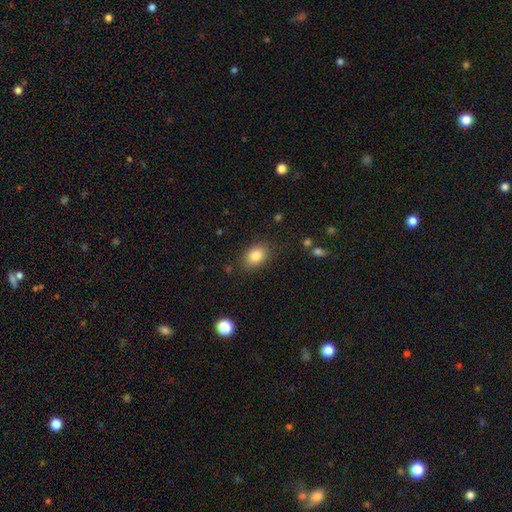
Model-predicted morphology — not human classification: Q: Smooth or featured?
A: smooth (84%); runner-up: star or artifact (9%)
Q: How rounded?
A: in between (74%); runner-up: round (25%)
Q: Merging?
A: none (84%); runner-up: minor disturbance (11%)